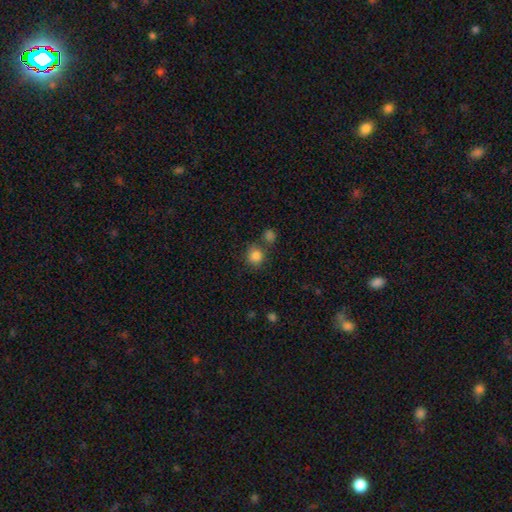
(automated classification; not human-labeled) Smooth or featured? smooth (85%)
How rounded? round (86%)
Merging? none (68%)